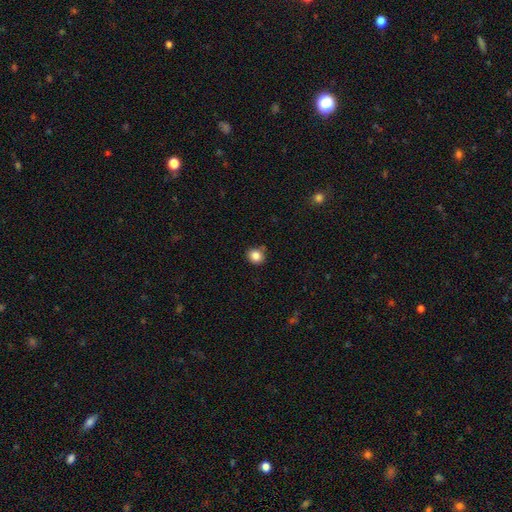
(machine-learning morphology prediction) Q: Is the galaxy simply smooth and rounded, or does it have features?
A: smooth — 85%.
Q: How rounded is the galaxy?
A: round — 81%.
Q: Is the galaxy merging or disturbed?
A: none — 83%.